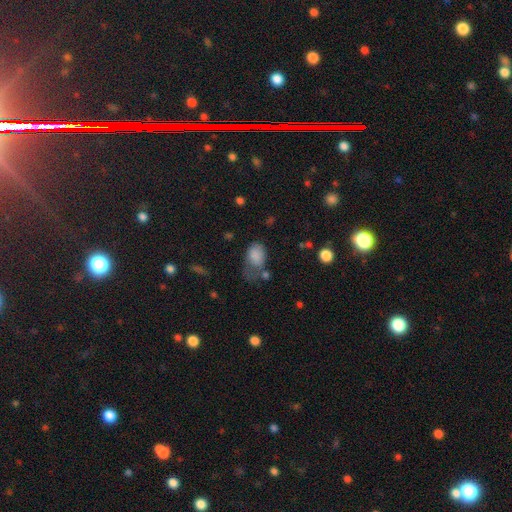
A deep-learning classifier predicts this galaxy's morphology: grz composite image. It shows a smooth galaxy with no disk features (81%) that is in between round and cigar-shaped (83%). Merging: major disturbance (34%).